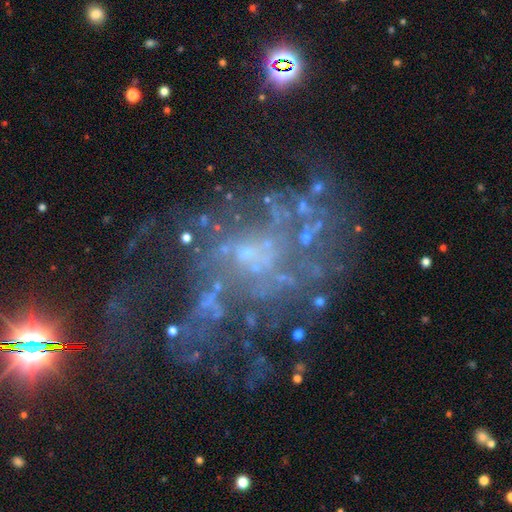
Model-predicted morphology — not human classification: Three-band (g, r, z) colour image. It shows a featured or disk galaxy (73%) with no bar (78%), spiral arms (63%) and a small central bulge (57%). Merging: none (48%).